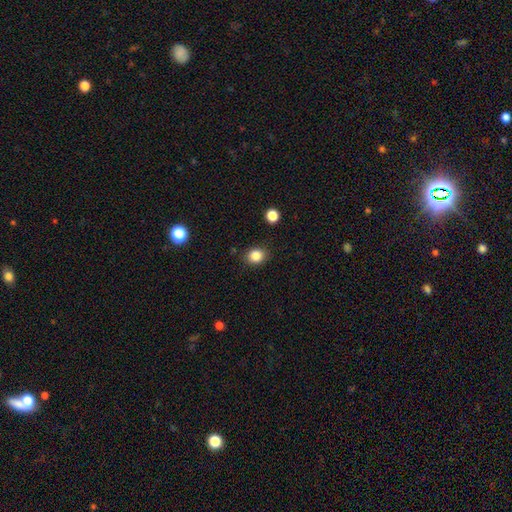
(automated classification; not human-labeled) This is clearly a smooth galaxy (85%). How rounded: likely round (63%). Merging: clearly none (87%).